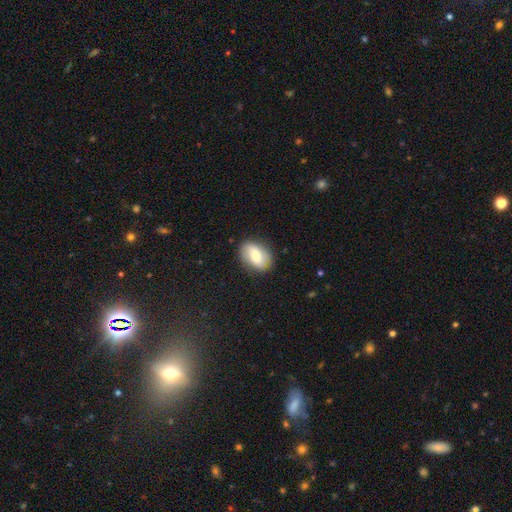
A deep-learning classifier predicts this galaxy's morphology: Smooth or featured: smooth — 69% (featured or disk — 24%)
How rounded: in between — 84% (round — 14%)
Merging: none — 83% (minor disturbance — 13%)